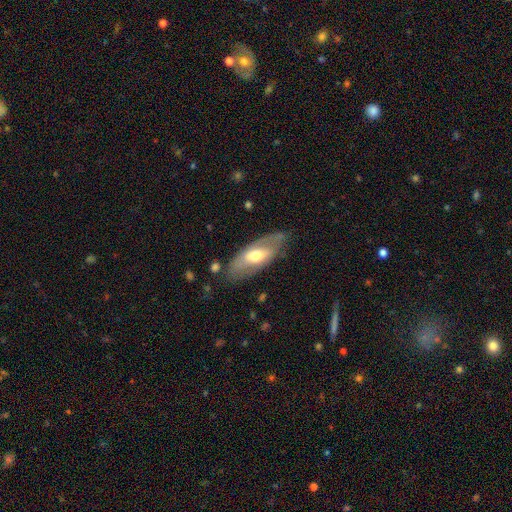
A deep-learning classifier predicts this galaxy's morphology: smooth_or_featured: featured or disk (p=0.53) [alt: smooth p=0.41]
disk_edge_on: no (p=0.77) [alt: yes p=0.23]
merging: none (p=0.69) [alt: minor disturbance p=0.21]